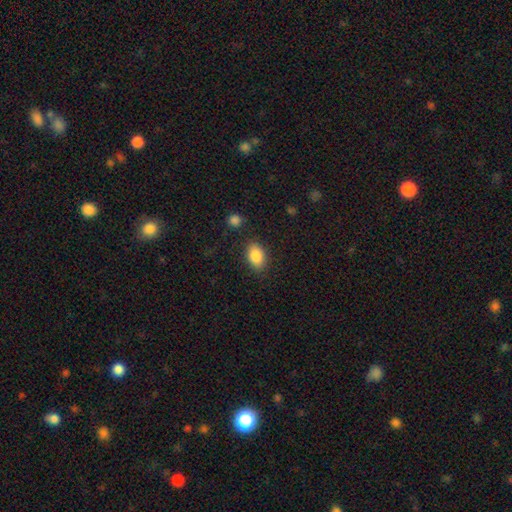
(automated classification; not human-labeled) This is clearly a smooth galaxy (87%). How rounded: clearly in between (86%). Merging: clearly none (84%).